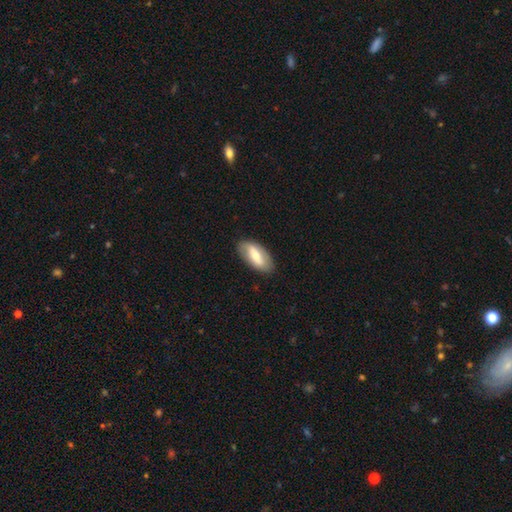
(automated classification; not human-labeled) A smooth galaxy with no disk features (55%) that is in between round and cigar-shaped (89%).

Vote fractions:
- Smooth or featured? smooth: 55% / featured or disk: 40% / star or artifact: 6%
- How rounded? in between: 89% / cigar-shaped: 8% / round: 3%
- Merging? none: 85% / minor disturbance: 11% / major disturbance: 3% / merger: 1%